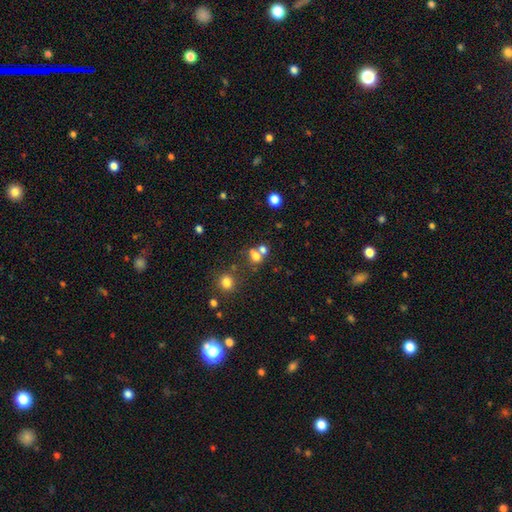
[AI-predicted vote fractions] A smooth galaxy with no disk features (65%) that is round (55%).

Vote fractions:
- Smooth or featured? smooth: 65% / star or artifact: 20% / featured or disk: 15%
- How rounded? round: 55% / in between: 43% / cigar-shaped: 2%
- Merging? merger: 51% / none: 35% / minor disturbance: 8% / major disturbance: 6%